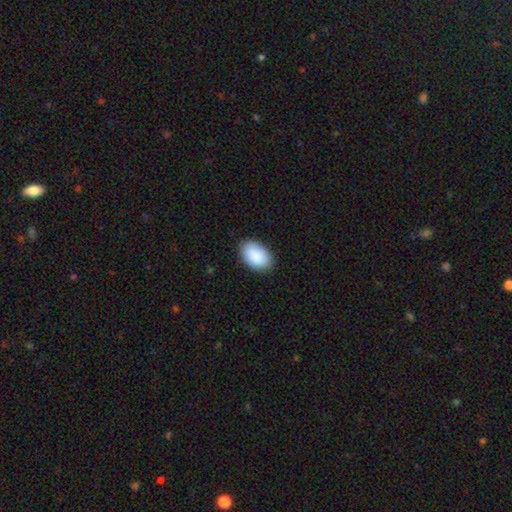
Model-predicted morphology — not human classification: Q: Smooth or featured?
A: smooth (91%); runner-up: star or artifact (6%)
Q: How rounded?
A: in between (91%); runner-up: round (8%)
Q: Merging?
A: none (86%); runner-up: minor disturbance (10%)